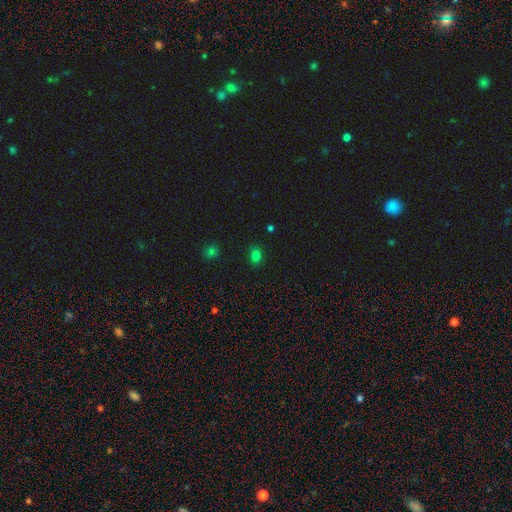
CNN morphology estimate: Smooth or featured?
  - smooth: 77% *
  - star or artifact: 18%
  - featured or disk: 5%
How rounded?
  - in between: 54% *
  - round: 44%
  - cigar-shaped: 1%
Merging?
  - none: 84% *
  - minor disturbance: 12%
  - major disturbance: 3%
  - merger: 2%